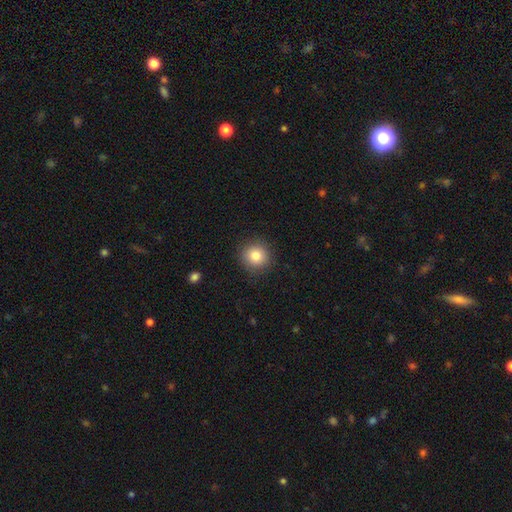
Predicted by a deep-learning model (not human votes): smooth-or-featured: smooth: 81% | star or artifact: 10% | featured or disk: 9%
  how-rounded: round: 92% | in between: 7% | cigar-shaped: 1%
  merging: none: 90% | minor disturbance: 7% | major disturbance: 2% | merger: 1%